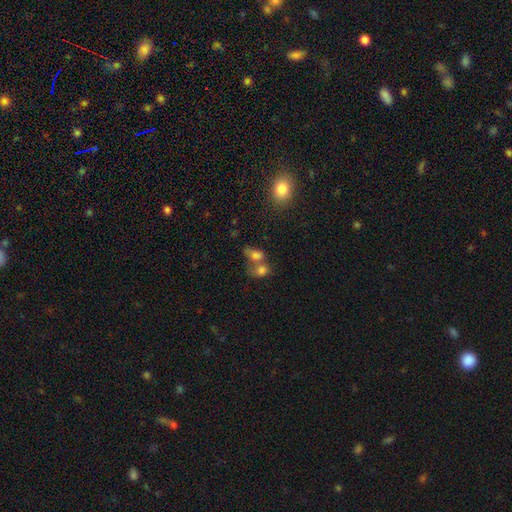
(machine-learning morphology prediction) type=smooth (74%); roundness=in between (68%); merging=merger (56%).